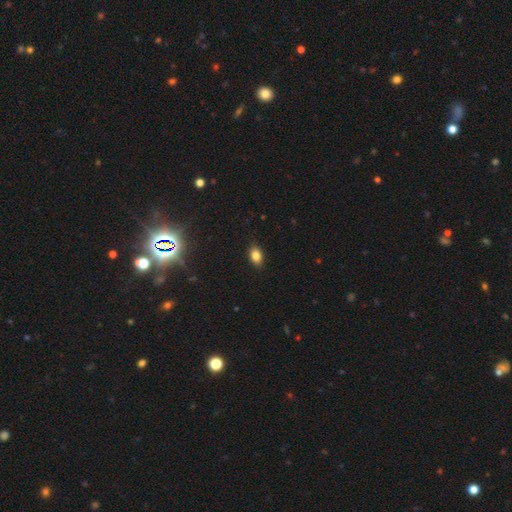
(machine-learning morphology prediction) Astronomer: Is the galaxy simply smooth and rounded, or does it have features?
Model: smooth — 83%.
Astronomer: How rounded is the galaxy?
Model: in between — 84%.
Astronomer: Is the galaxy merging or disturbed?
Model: none — 88%.